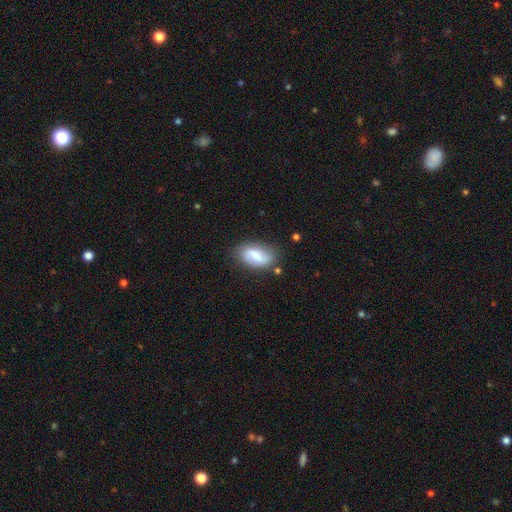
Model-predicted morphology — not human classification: Overall: smooth (47%; featured or disk 45%). Merging: none (74%).